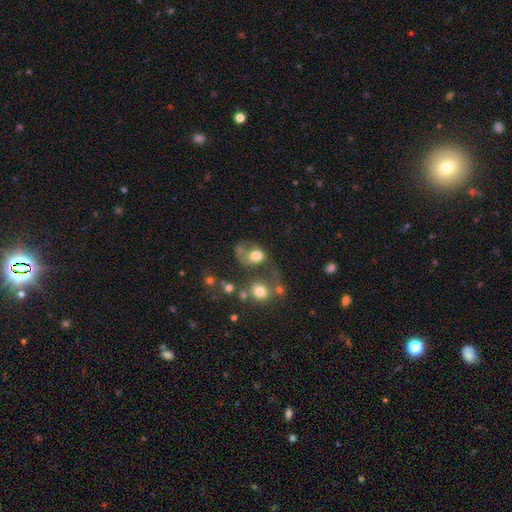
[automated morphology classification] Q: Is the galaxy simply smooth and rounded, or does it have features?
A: smooth — 61%.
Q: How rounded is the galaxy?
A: round — 50%.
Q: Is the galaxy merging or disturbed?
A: major disturbance — 36%.